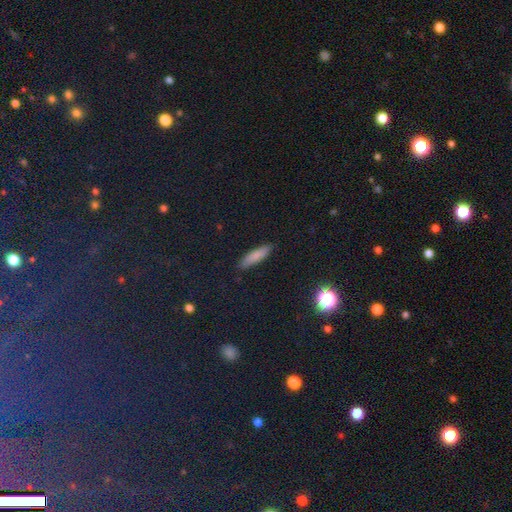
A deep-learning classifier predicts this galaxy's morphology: The model was most divided on "how rounded": cigar-shaped: 72%, in between: 26%, round: 2%. More confident: merging — none (87%); smooth or featured — smooth (78%).